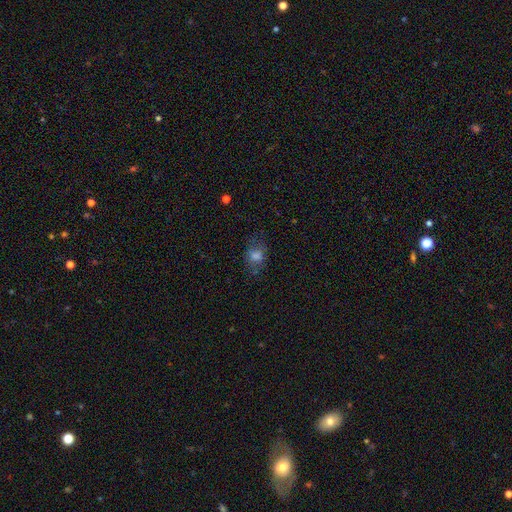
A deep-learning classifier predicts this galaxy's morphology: Smooth or featured? Predicted: smooth (p=0.65). How rounded? Predicted: in between (p=0.57). Merging? Predicted: none (p=0.67).